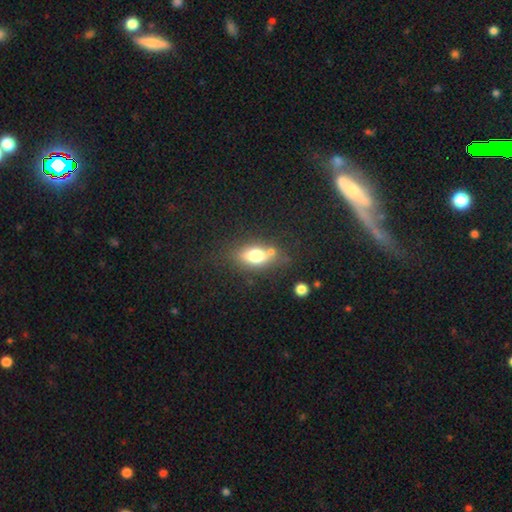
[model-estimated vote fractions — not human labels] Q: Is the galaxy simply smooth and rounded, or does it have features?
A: smooth — 70%.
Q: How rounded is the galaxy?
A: in between — 77%.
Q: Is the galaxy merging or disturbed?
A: none — 60%.